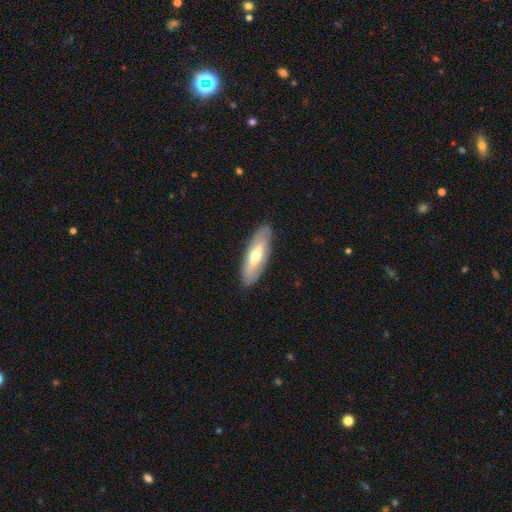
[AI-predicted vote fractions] Morphology: type=smooth (49%); merging=none (86%).